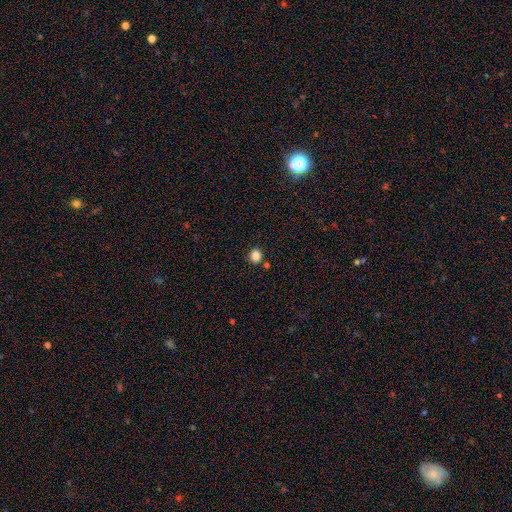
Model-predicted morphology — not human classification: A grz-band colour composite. It shows a smooth galaxy with no disk features (84%) that is round (78%). Merging: none (82%).